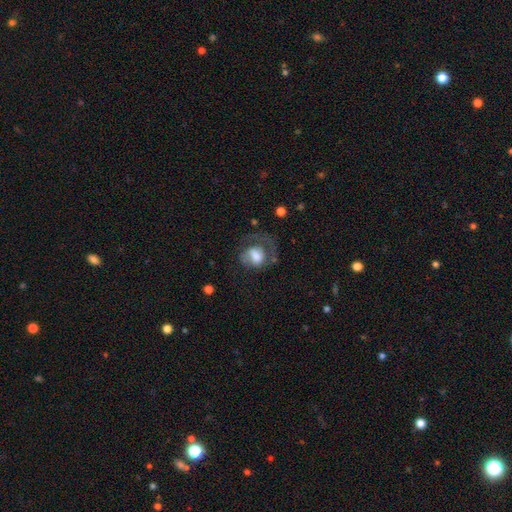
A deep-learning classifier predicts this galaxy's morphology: A featured or disk galaxy (46%, tied with smooth).

Vote fractions:
- Smooth or featured? featured or disk: 46% (tied) / smooth: 46% (tied) / star or artifact: 8%
- Merging? major disturbance: 43% / none: 34% / minor disturbance: 20% / merger: 3%